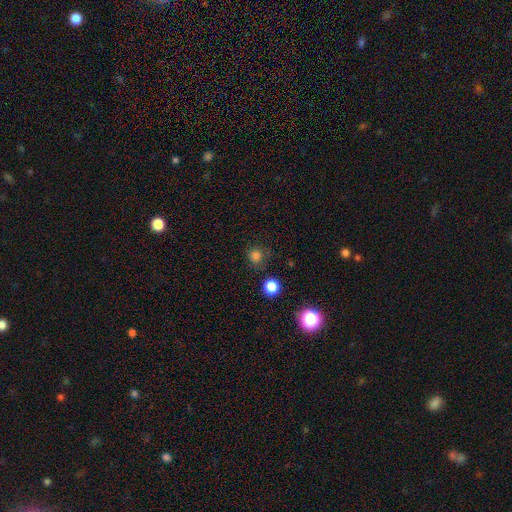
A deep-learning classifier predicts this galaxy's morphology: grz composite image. It shows a smooth galaxy with no disk features (78%) that is round (90%). Merging: none (73%).